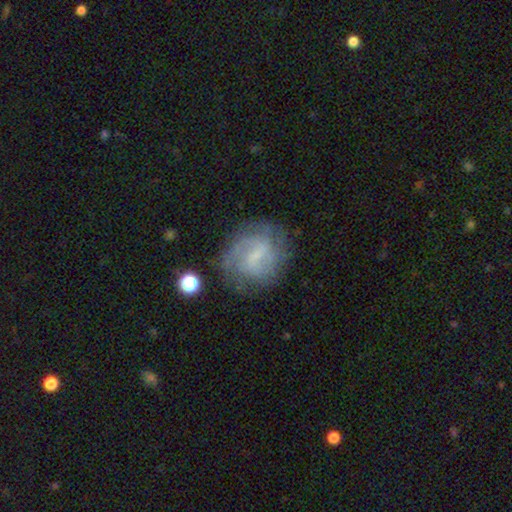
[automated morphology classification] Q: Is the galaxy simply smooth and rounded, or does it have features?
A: featured or disk — 64%.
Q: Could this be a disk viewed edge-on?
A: no — 97%.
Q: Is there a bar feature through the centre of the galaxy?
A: weak — 56%.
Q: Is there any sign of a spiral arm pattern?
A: yes — 80%.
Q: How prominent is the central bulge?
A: small — 50%.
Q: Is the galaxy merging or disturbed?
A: none — 67%.